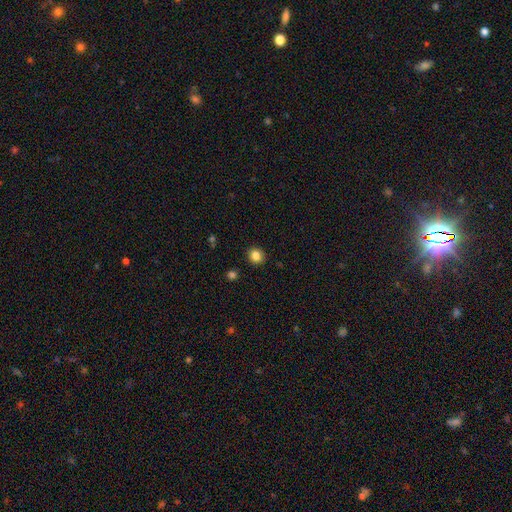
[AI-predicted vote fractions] The model was most divided on "how rounded": round: 77%, in between: 22%, cigar-shaped: 1%. More confident: merging — none (90%); smooth or featured — smooth (84%).